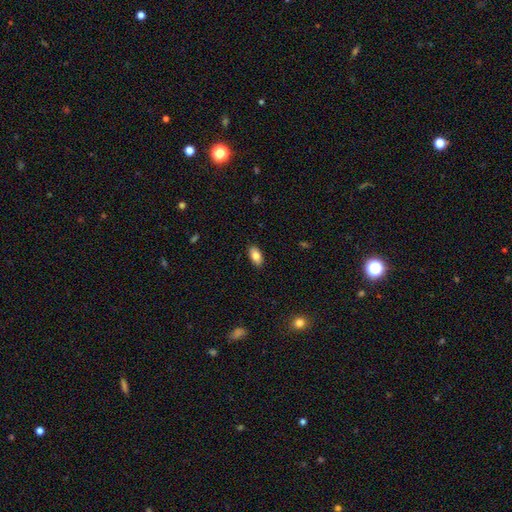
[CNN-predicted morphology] smooth-or-featured: smooth: 82% | featured or disk: 10% | star or artifact: 7%
  how-rounded: in between: 92% | cigar-shaped: 4% | round: 4%
  merging: none: 88% | minor disturbance: 9% | major disturbance: 2% | merger: 1%